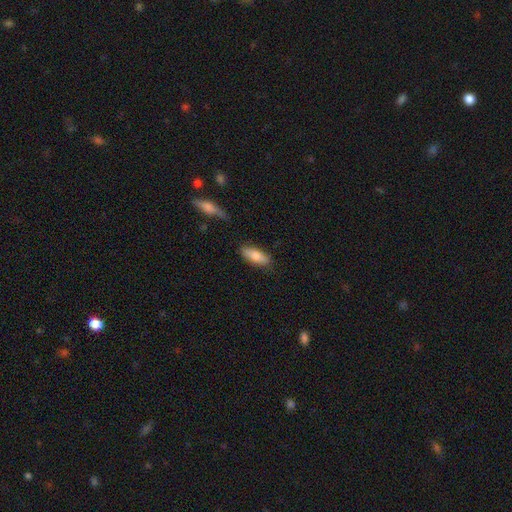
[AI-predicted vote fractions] This appears to be a smooth galaxy with no disk features (77%) that is in between round and cigar-shaped (66%). Merging: none (82%).